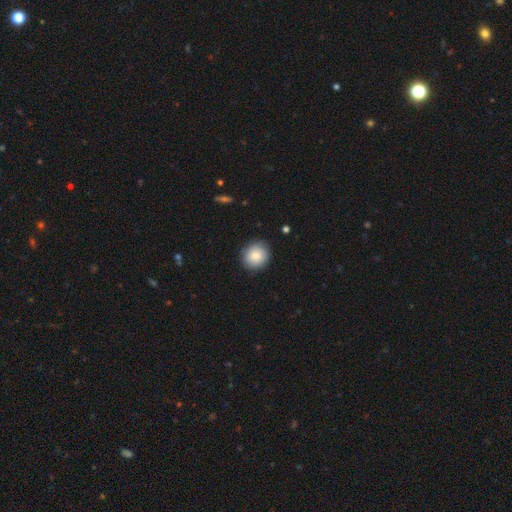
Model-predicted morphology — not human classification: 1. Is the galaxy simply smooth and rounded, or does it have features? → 82% smooth, 11% featured or disk, 8% star or artifact.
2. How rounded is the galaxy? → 85% round, 14% in between, 1% cigar-shaped.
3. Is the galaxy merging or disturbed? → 85% none, 12% minor disturbance, 3% major disturbance, 1% merger.